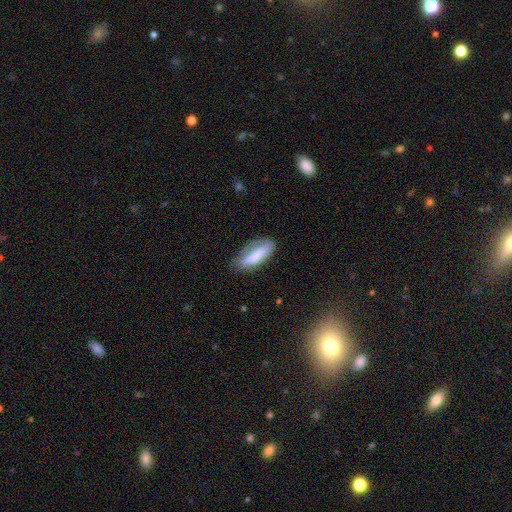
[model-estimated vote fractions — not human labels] Overall: smooth (66%; featured or disk 27%). How rounded: in between (64%; cigar-shaped 34%). Merging: none (64%; minor disturbance 25%).